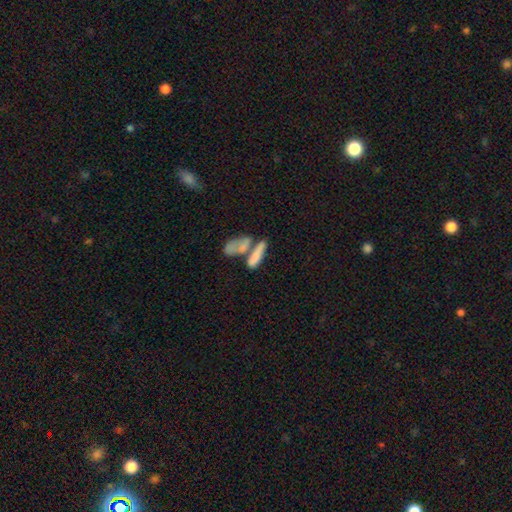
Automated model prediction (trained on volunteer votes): A smooth galaxy with no disk features (74%) that is cigar-shaped (48%, tied with in between).

Vote fractions:
- Smooth or featured? smooth: 74% / featured or disk: 19% / star or artifact: 7%
- How rounded? cigar-shaped: 48% (tied) / in between: 48% (tied) / round: 4%
- Merging? merger: 47% / none: 33% / minor disturbance: 12% / major disturbance: 8%